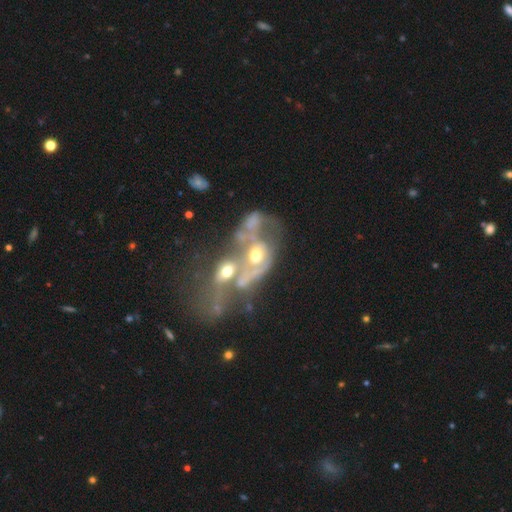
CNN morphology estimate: Smooth or featured? Predicted: featured or disk (p=0.62). Edge-on disk? Predicted: no (p=0.95). Bar? Predicted: no (p=0.84). Spiral arms? Predicted: no (p=0.70). Bulge size? Predicted: moderate (p=0.56). Merging? Predicted: merger (p=0.68).